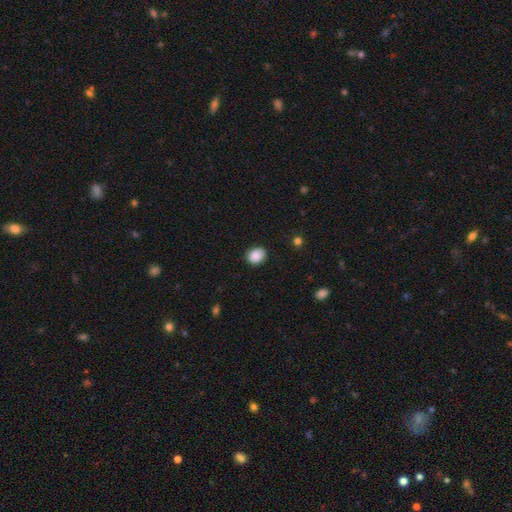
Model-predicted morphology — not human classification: A smooth galaxy with no disk features (88%) that is round (55%).

Vote fractions:
- Smooth or featured? smooth: 88% / star or artifact: 8% / featured or disk: 3%
- How rounded? round: 55% / in between: 44% / cigar-shaped: 1%
- Merging? none: 85% / minor disturbance: 12% / major disturbance: 2% / merger: 1%